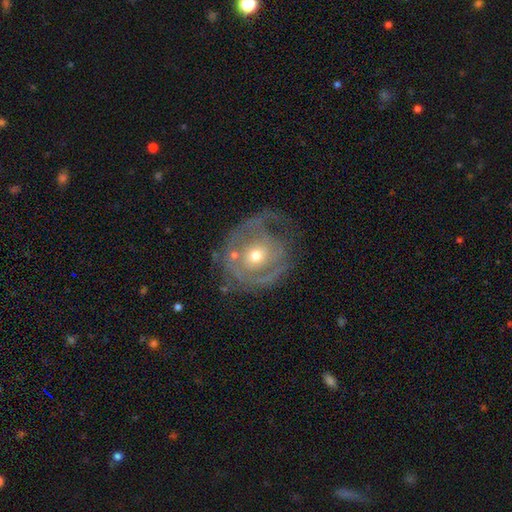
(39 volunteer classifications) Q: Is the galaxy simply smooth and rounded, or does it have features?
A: featured or disk — 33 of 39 (85%).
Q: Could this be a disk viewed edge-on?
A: no — 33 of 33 (100%).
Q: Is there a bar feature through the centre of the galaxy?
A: no — 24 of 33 (73%).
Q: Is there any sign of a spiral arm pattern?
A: yes — 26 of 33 (79%).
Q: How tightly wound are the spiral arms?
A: tight — 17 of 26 (65%).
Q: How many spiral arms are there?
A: can't tell — 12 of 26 (46%).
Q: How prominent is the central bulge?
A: moderate — 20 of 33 (61%).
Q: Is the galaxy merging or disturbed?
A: none — 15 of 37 (41%).